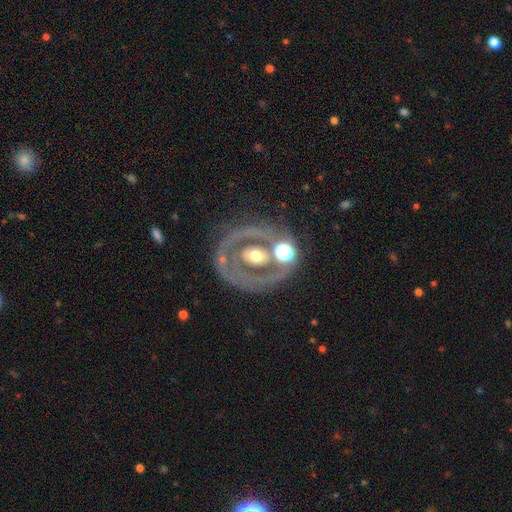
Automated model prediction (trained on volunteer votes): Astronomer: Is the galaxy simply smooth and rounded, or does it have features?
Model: featured or disk — 70%.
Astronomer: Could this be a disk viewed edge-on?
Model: no — 95%.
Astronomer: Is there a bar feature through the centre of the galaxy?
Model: no — 69%.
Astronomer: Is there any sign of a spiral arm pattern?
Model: no — 60% (runner-up: yes, 40%).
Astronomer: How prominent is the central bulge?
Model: moderate — 69%.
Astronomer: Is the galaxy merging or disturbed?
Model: none — 57%.